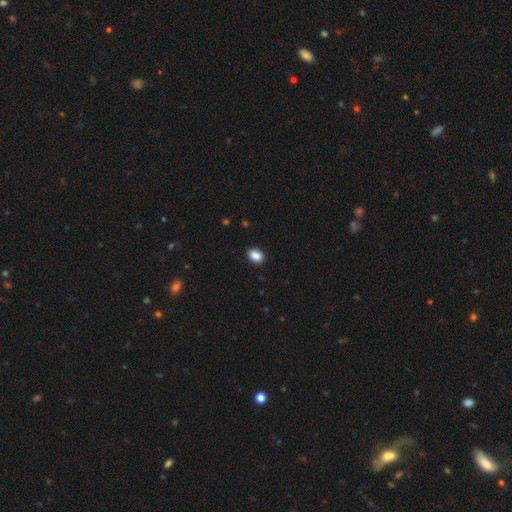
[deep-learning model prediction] The model was most divided on "how rounded": in between: 74%, round: 24%, cigar-shaped: 1%. More confident: merging — none (89%); smooth or featured — smooth (89%).